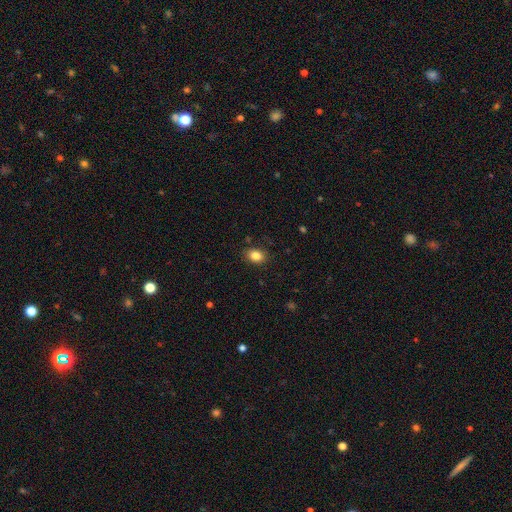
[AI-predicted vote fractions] smooth_or_featured: smooth (p=0.84) [alt: star or artifact p=0.10]
how_rounded: in between (p=0.70) [alt: round p=0.29]
merging: none (p=0.87) [alt: minor disturbance p=0.10]